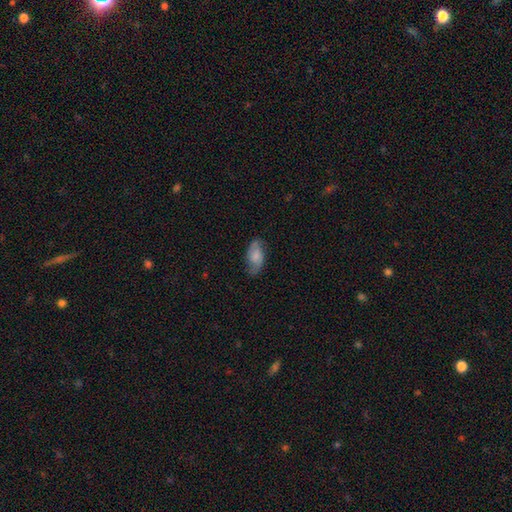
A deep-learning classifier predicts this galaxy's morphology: Smooth or featured: smooth — 49% (featured or disk — 44%)
Merging: none — 73% (minor disturbance — 20%)